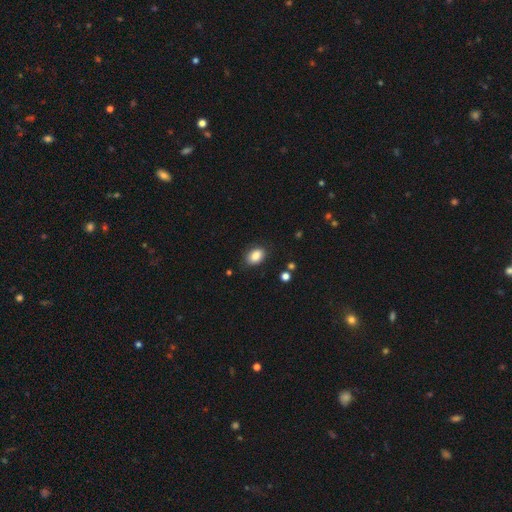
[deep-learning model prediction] This is clearly a smooth galaxy (86%). How rounded: likely in between (80%). Merging: clearly none (83%).